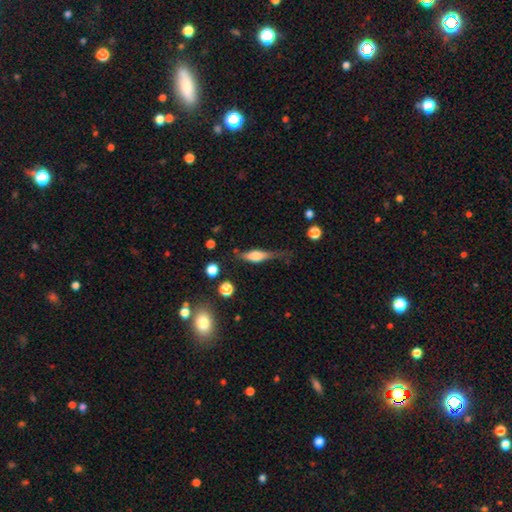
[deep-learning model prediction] This appears to be a smooth galaxy with no disk features (49%). Merging: none (50%).